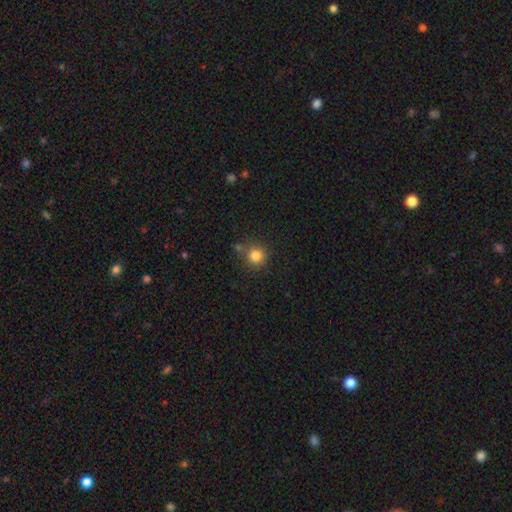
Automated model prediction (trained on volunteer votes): Overall: smooth (83%). How rounded: round (93%). Merging: none (77%).